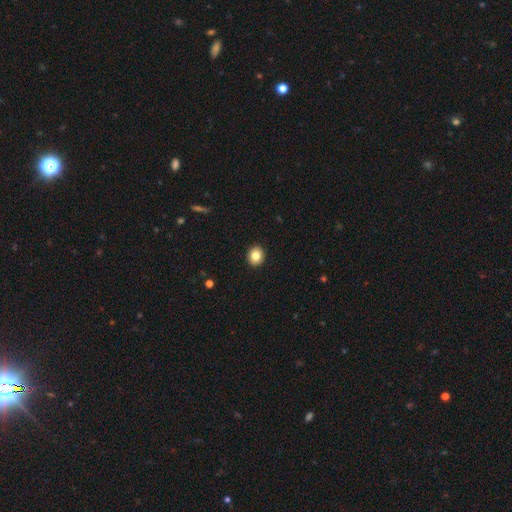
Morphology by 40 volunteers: smooth-or-featured: smooth: 82% | star or artifact: 10% | featured or disk: 8%
  how-rounded: round: 82% | in between: 15% | cigar-shaped: 3%
  merging: none: 94% | minor disturbance: 3% | major disturbance: 3% | merger: 0%